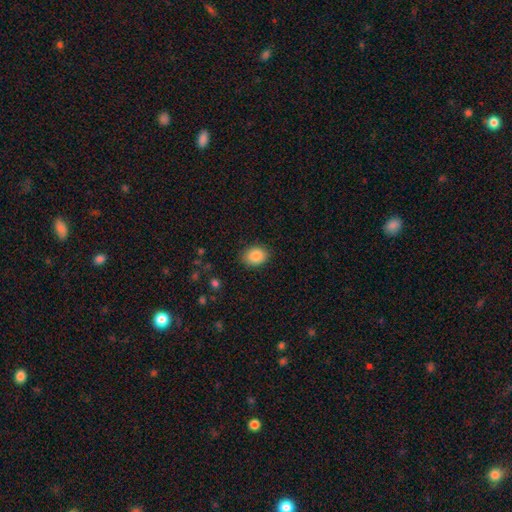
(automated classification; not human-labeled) Smooth or featured? Predicted: smooth (p=0.88). How rounded? Predicted: in between (p=0.59). Merging? Predicted: none (p=0.86).